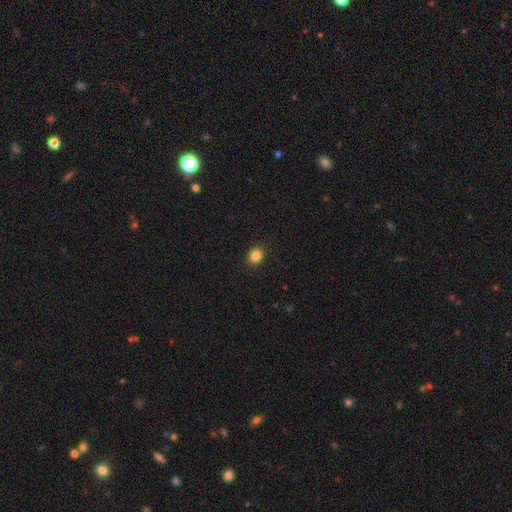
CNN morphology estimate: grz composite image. It shows a smooth galaxy with no disk features (86%) that is in between round and cigar-shaped (54%). Merging: none (90%).